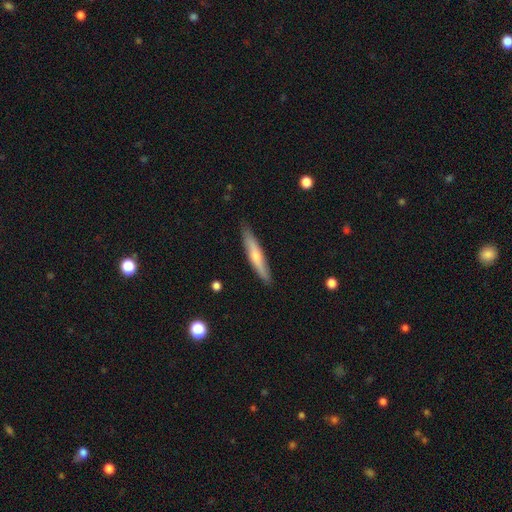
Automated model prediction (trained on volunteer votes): Smooth or featured: smooth — 49% (featured or disk — 45%)
Merging: none — 88% (minor disturbance — 10%)